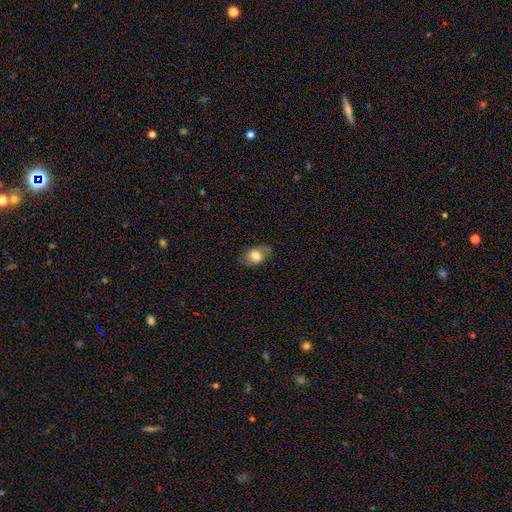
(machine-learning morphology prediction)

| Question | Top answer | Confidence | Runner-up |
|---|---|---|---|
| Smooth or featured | smooth | 73% | featured or disk (19%) |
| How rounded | in between | 78% | round (20%) |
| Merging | none | 76% | minor disturbance (17%) |